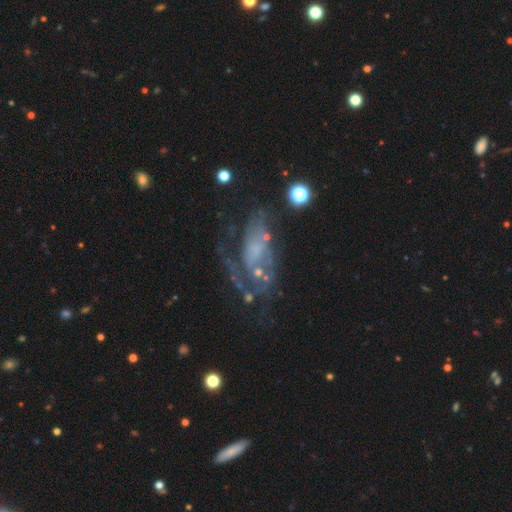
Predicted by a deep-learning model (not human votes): The model was most divided on "merging": none: 37%, major disturbance: 35%, minor disturbance: 19%, merger: 8%. Remaining: edge-on disk — no (94%); bar — no (74%); smooth or featured — featured or disk (71%); spiral arms — yes (63%); bulge size — none (50%).